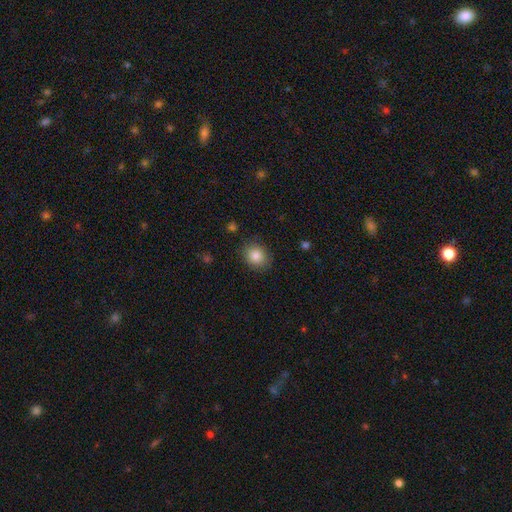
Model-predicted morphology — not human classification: Smooth or featured?
  - smooth: 86% *
  - star or artifact: 9%
  - featured or disk: 5%
How rounded?
  - round: 67% *
  - in between: 32%
  - cigar-shaped: 1%
Merging?
  - none: 85% *
  - minor disturbance: 10%
  - major disturbance: 3%
  - merger: 1%